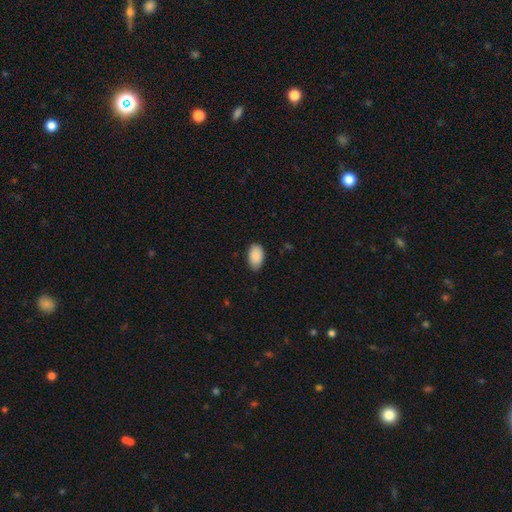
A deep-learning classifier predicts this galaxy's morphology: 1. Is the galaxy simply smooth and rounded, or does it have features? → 90% smooth, 6% star or artifact, 4% featured or disk.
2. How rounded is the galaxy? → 93% in between, 5% round, 1% cigar-shaped.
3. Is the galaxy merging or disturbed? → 80% none, 16% minor disturbance, 2% major disturbance, 1% merger.